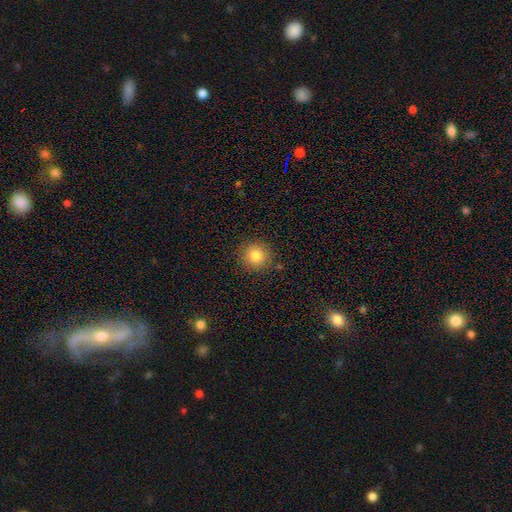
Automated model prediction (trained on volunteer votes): Smooth or featured?
  - smooth: 82% *
  - star or artifact: 11%
  - featured or disk: 7%
How rounded?
  - round: 93% *
  - in between: 6%
  - cigar-shaped: 1%
Merging?
  - none: 88% *
  - minor disturbance: 7%
  - major disturbance: 2%
  - merger: 2%